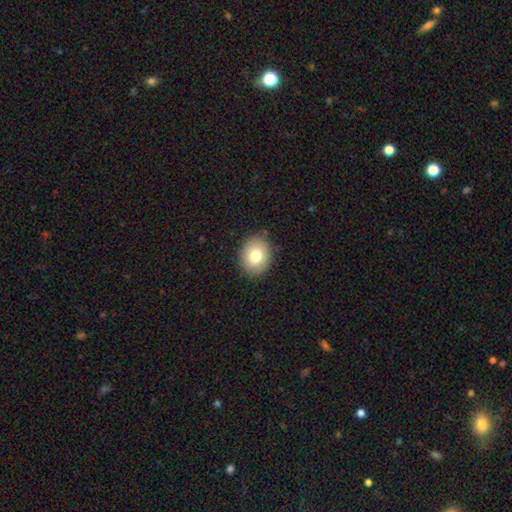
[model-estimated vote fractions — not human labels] Morphology: type=smooth (77%); roundness=round (57%); merging=none (86%).